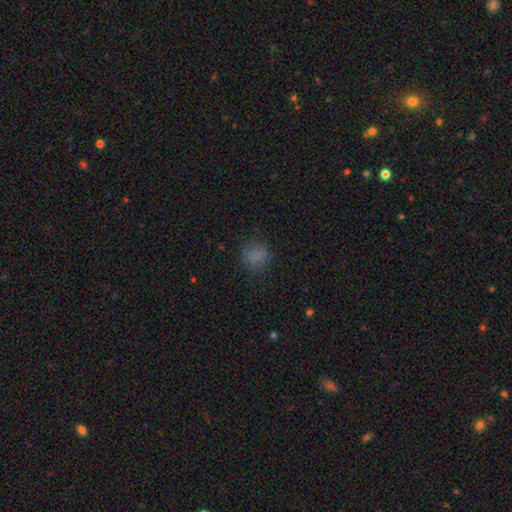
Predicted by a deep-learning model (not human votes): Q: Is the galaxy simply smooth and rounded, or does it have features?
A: smooth — 77%.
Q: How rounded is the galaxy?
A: round — 72%.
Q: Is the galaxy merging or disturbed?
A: none — 75%.